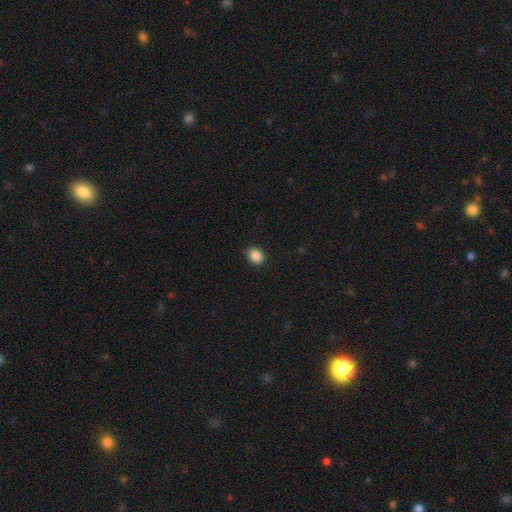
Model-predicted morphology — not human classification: Q: Smooth or featured?
A: smooth (88%); runner-up: star or artifact (9%)
Q: How rounded?
A: in between (50%); runner-up: round (49%)
Q: Merging?
A: none (90%); runner-up: minor disturbance (7%)